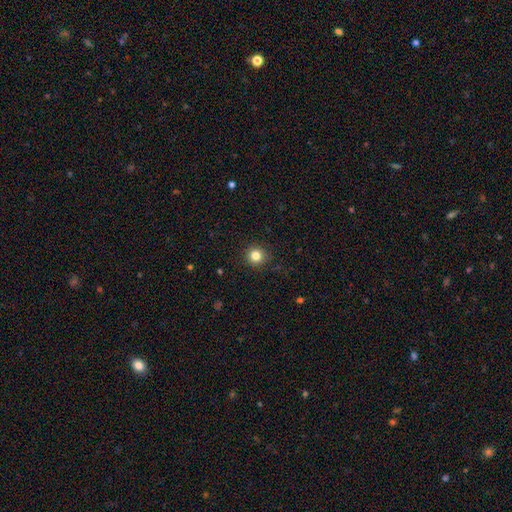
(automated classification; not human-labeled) Overall: smooth (83%). How rounded: round (94%). Merging: none (91%).